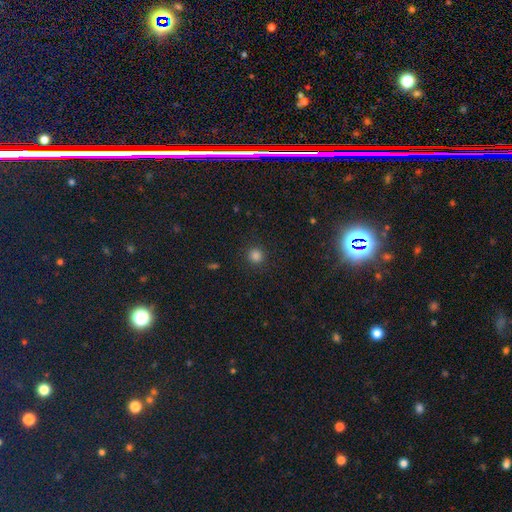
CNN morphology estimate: This appears to be a smooth galaxy with no disk features (82%) that is round (92%). Merging: none (91%).